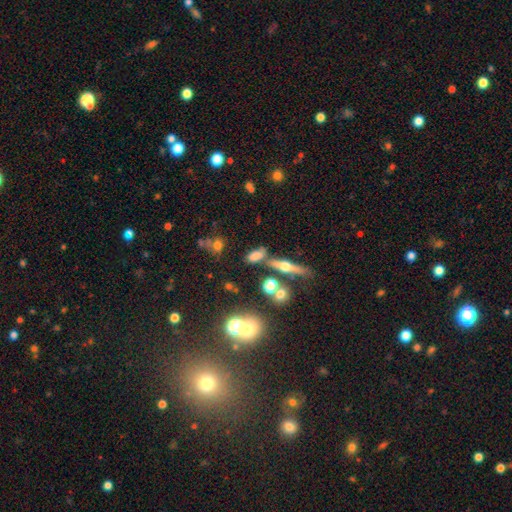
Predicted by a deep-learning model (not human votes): smooth_or_featured: smooth (p=0.62) [alt: featured or disk p=0.21]
how_rounded: in between (p=0.69) [alt: cigar-shaped p=0.20]
merging: none (p=0.58) [alt: merger p=0.19]